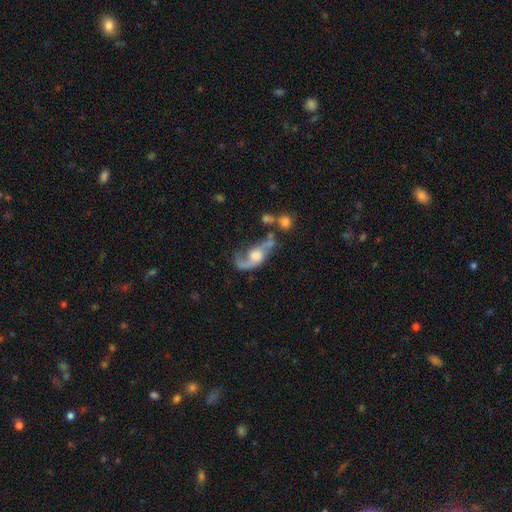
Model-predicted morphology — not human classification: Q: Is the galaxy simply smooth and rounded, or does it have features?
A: featured or disk — 76%.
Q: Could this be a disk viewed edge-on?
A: no — 93%.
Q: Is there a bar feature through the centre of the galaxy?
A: no — 66%.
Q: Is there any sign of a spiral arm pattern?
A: yes — 89%.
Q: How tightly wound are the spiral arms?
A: loose — 63%.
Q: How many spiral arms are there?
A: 2 — 70%.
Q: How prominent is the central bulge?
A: moderate — 44%.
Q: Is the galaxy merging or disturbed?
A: none — 35%.